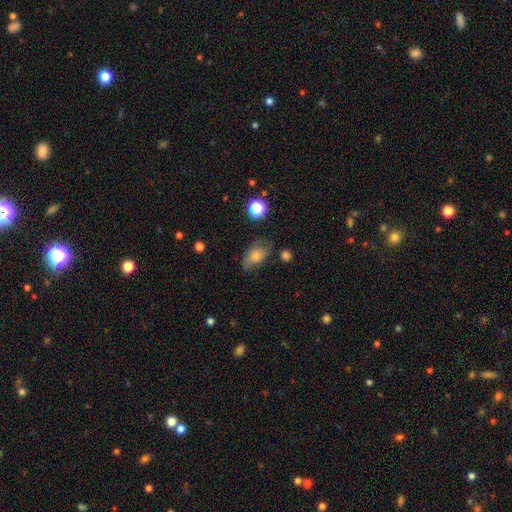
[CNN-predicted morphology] Smooth or featured: smooth — 73% (featured or disk — 17%)
How rounded: in between — 85% (round — 12%)
Merging: none — 57% (minor disturbance — 28%)